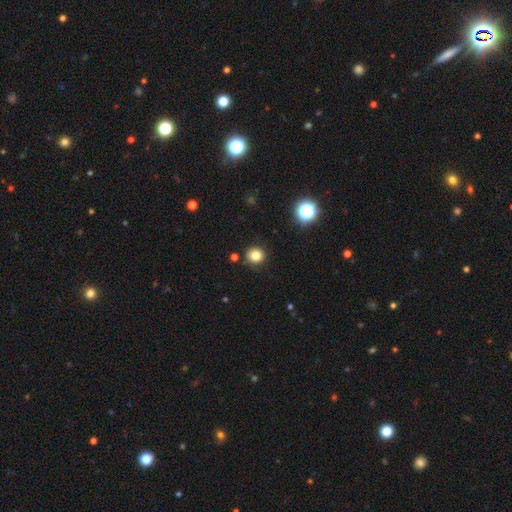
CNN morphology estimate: This appears to be a smooth galaxy with no disk features (80%) that is round (91%). Merging: none (88%).